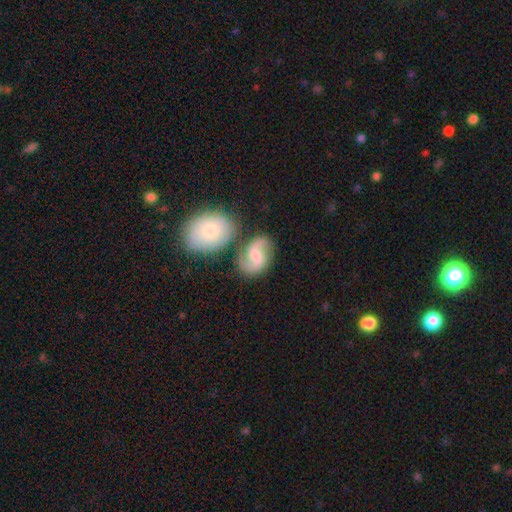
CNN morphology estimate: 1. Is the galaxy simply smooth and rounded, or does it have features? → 74% featured or disk, 20% smooth, 6% star or artifact.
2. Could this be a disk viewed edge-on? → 97% no, 3% yes.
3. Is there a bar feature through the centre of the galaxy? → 48% weak, 43% no, 8% strong.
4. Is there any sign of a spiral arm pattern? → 95% yes, 5% no.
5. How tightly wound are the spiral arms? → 48% loose, 42% medium, 10% tight.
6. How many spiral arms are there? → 91% 2, 4% can't tell, 2% 1, 2% 3, 1% 4, 1% more than 4.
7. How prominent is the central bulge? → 42% moderate, 35% small, 14% none, 8% large, 2% dominant.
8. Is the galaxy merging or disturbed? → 62% none, 17% merger, 16% minor disturbance, 6% major disturbance.